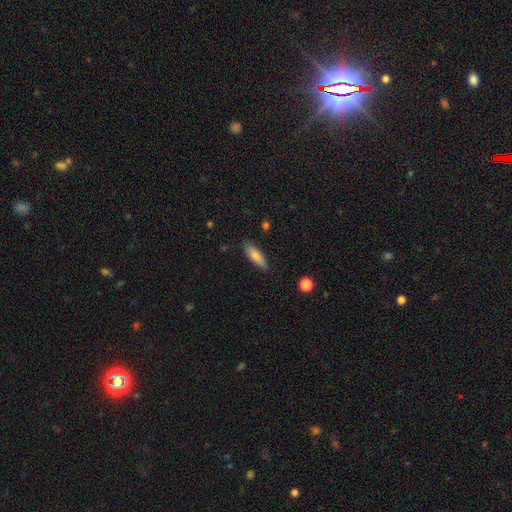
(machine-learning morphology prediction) Smooth or featured? smooth (81%)
How rounded? cigar-shaped (50%)
Merging? none (84%)